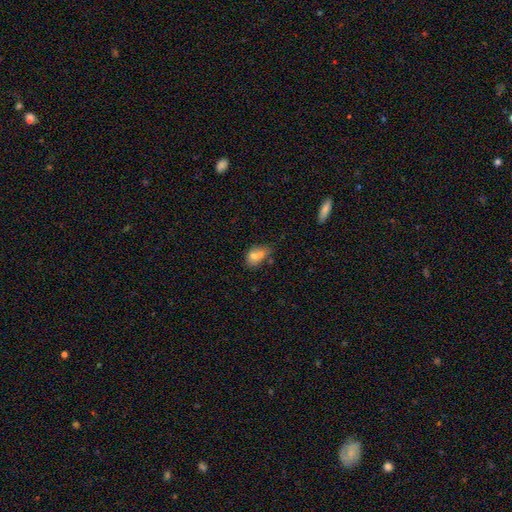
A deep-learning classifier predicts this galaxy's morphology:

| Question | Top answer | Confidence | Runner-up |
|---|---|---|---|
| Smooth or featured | smooth | 69% | featured or disk (20%) |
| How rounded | in between | 74% | round (24%) |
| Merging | merger | 39% | none (32%) |